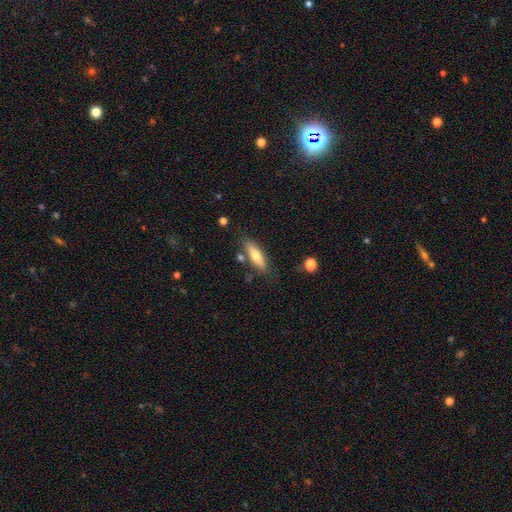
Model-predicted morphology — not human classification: This is likely a smooth galaxy (69%). How rounded: possibly cigar-shaped (50%). Merging: likely none (76%).